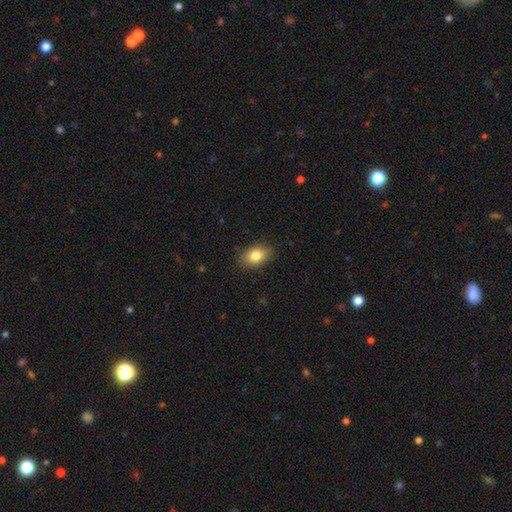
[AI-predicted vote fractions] Smooth or featured: smooth — 82% (featured or disk — 9%)
How rounded: in between — 84% (round — 14%)
Merging: none — 86% (minor disturbance — 11%)